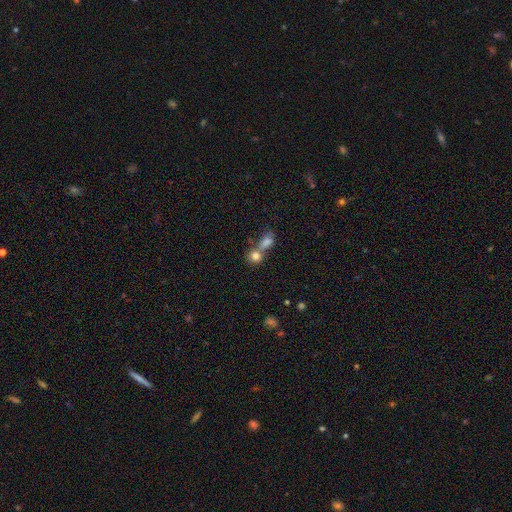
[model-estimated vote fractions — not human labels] Smooth or featured? Predicted: smooth (p=0.78). How rounded? Predicted: round (p=0.73). Merging? Predicted: merger (p=0.55).